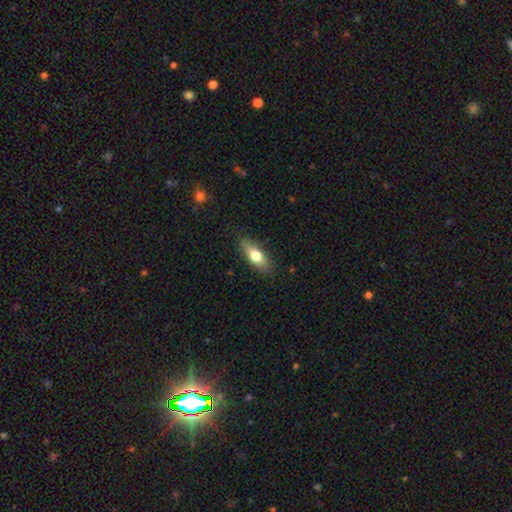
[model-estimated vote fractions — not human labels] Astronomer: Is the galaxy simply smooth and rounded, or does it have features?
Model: smooth — 67%.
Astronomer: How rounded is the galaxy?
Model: in between — 70%.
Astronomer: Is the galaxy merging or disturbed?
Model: none — 85%.